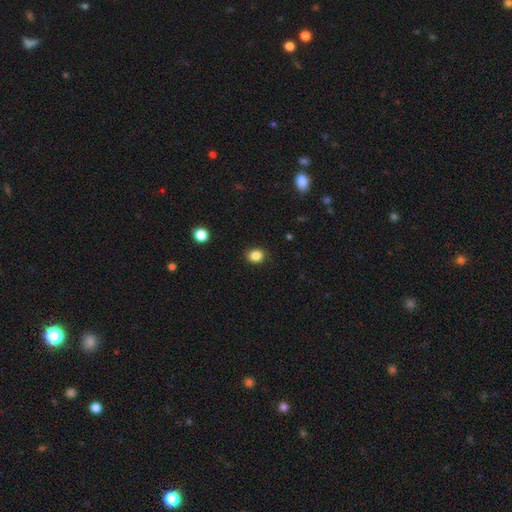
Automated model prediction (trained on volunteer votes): This appears to be a smooth galaxy with no disk features (85%) that is round (57%). Merging: none (88%).